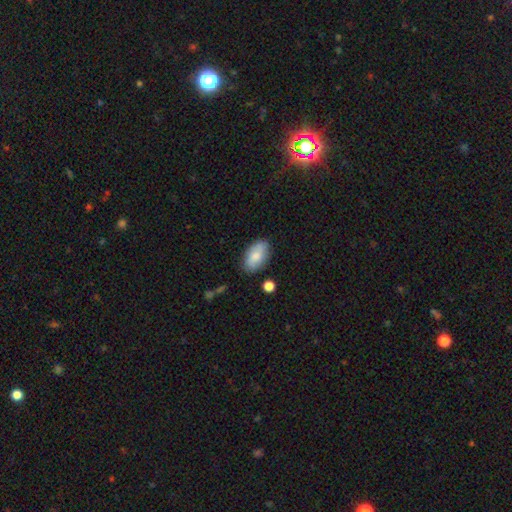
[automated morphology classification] type=smooth (80%); roundness=in between (93%); merging=none (80%).